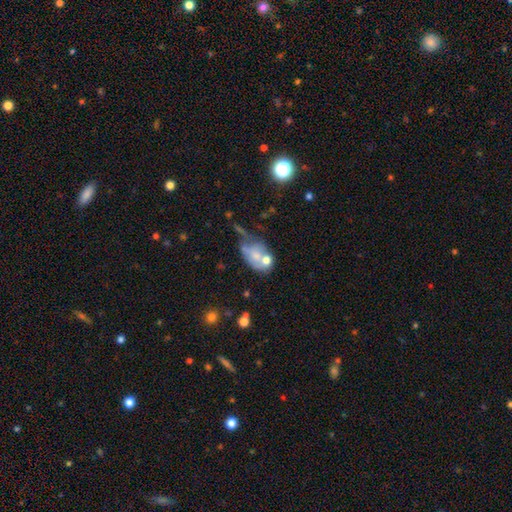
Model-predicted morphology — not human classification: Smooth or featured: smooth — 52% (featured or disk — 38%)
How rounded: in between — 76% (round — 22%)
Merging: merger — 39% (major disturbance — 23%)